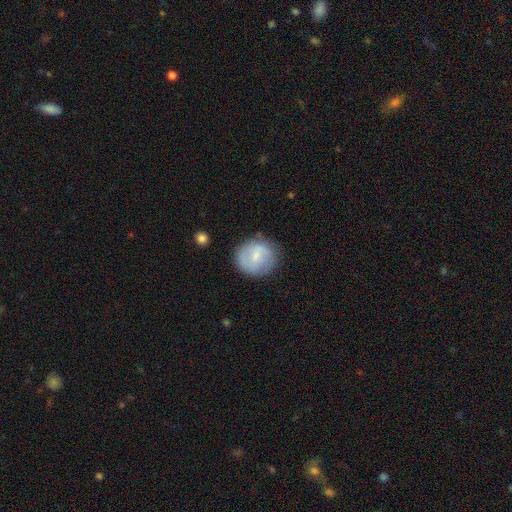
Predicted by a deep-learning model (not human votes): Overall: smooth (54%; featured or disk 39%). How rounded: round (84%). Merging: none (76%).